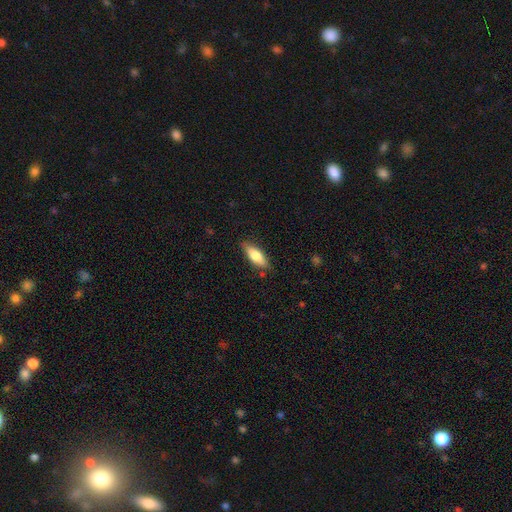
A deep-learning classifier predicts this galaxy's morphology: type=smooth (74%); roundness=in between (65%); merging=none (84%).